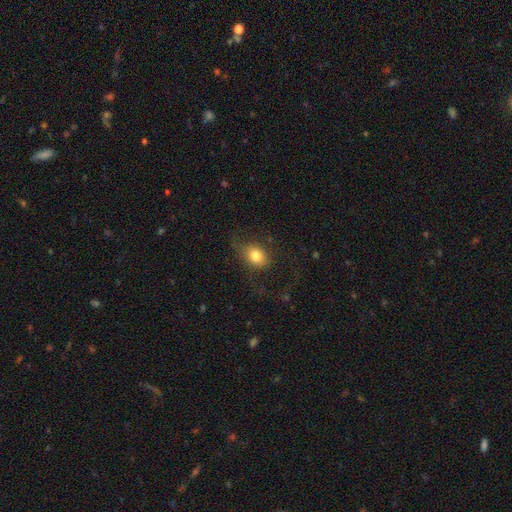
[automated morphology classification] smooth-or-featured: smooth: 77% | featured or disk: 13% | star or artifact: 10%
  how-rounded: in between: 66% | round: 32% | cigar-shaped: 2%
  merging: none: 62% | minor disturbance: 20% | major disturbance: 16% | merger: 2%